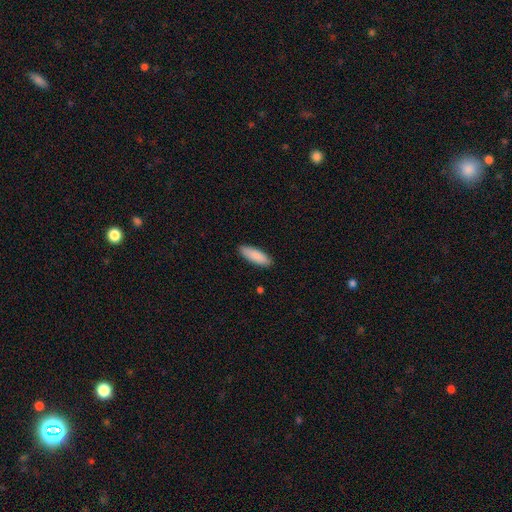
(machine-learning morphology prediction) A smooth galaxy with no disk features (89%) that is in between round and cigar-shaped (59%).

Vote fractions:
- Smooth or featured? smooth: 89% / featured or disk: 6% / star or artifact: 5%
- How rounded? in between: 59% / cigar-shaped: 39% / round: 1%
- Merging? none: 88% / minor disturbance: 9% / major disturbance: 2% / merger: 1%